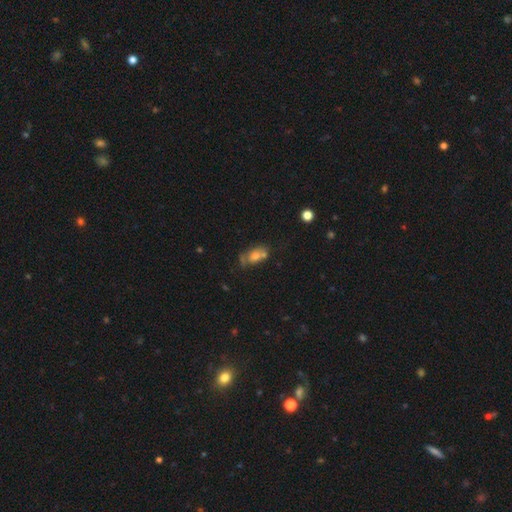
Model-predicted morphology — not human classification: smooth 51%, featured or disk 33%, star or artifact 16%. Down the decision tree: how rounded — in between (76%); merging — none (42%).